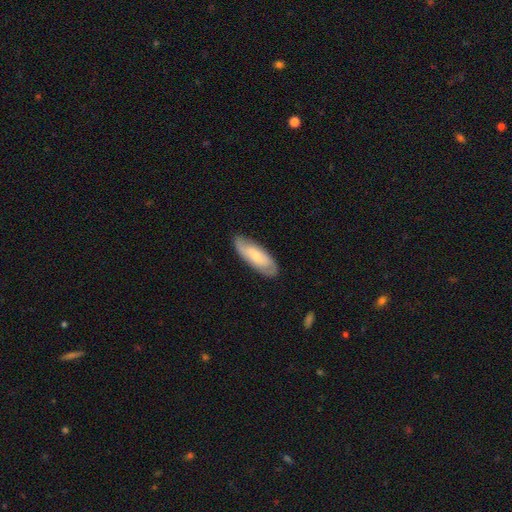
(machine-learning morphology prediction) smooth 50%, featured or disk 44%, star or artifact 6%. Down the decision tree: how rounded — in between (70%); merging — none (80%).